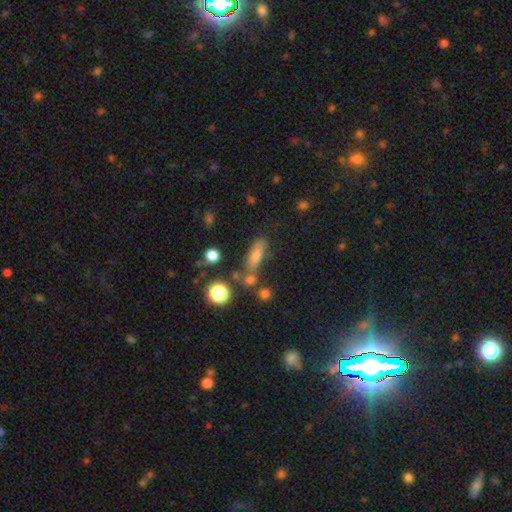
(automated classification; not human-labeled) smooth 62%, featured or disk 21%, star or artifact 17%. Down the decision tree: how rounded — cigar-shaped (47%); merging — none (58%).